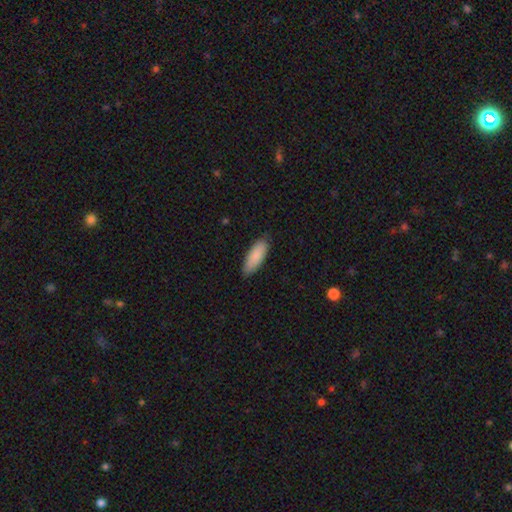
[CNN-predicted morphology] This is clearly a smooth galaxy (89%). How rounded: likely in between (69%). Merging: clearly none (85%).